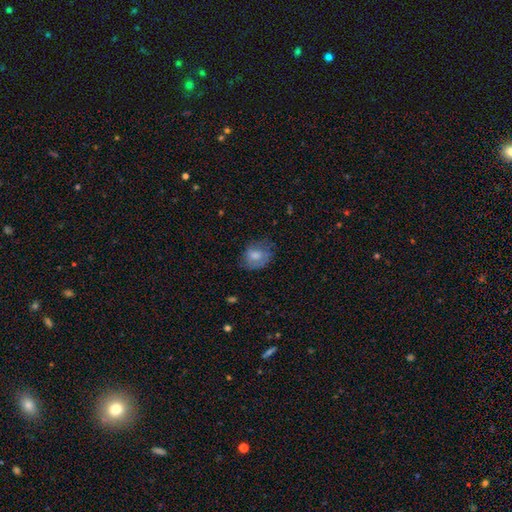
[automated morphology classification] Q: Smooth or featured?
A: smooth (72%); runner-up: featured or disk (19%)
Q: How rounded?
A: in between (51%); runner-up: round (48%)
Q: Merging?
A: none (59%); runner-up: minor disturbance (28%)